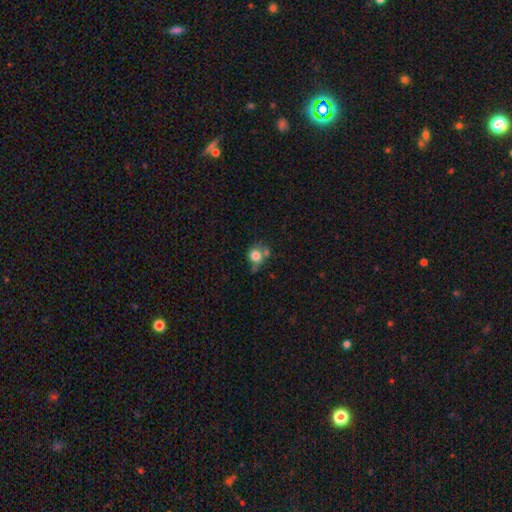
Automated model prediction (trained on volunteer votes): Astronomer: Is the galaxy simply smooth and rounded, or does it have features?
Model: smooth — 77%.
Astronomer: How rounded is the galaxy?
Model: round — 81%.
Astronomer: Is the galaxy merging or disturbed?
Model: none — 48% (runner-up: merger, 24%).